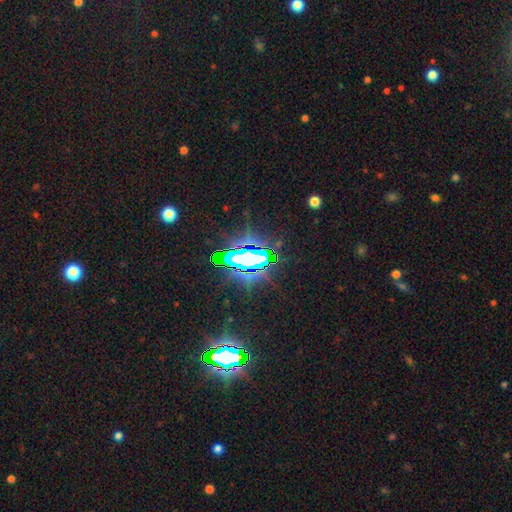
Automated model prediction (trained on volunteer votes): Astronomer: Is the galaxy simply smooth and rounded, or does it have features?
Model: star or artifact — 81%.